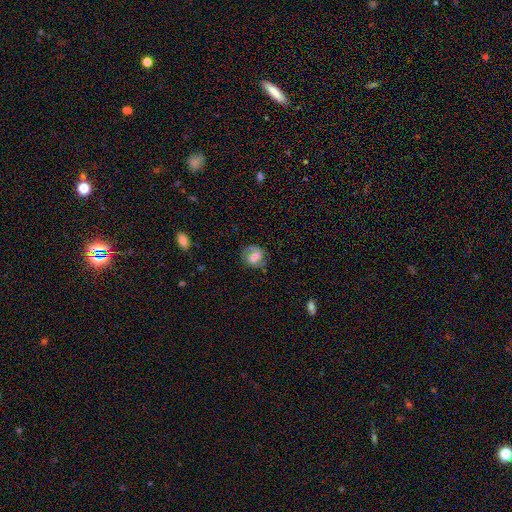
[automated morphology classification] Smooth or featured: smooth — 46% (featured or disk — 45%)
Merging: none — 61% (minor disturbance — 22%)